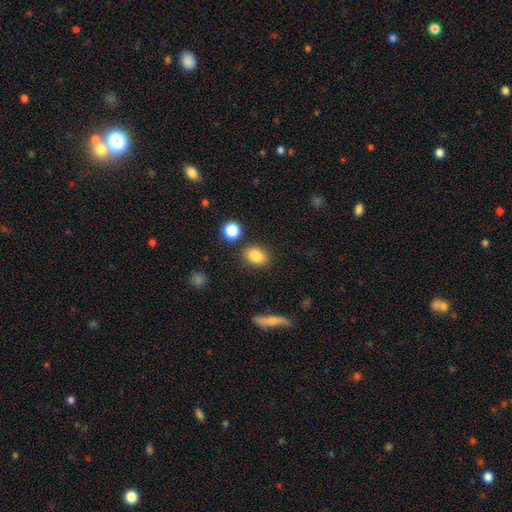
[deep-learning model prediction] Smooth or featured? smooth (84%)
How rounded? in between (69%)
Merging? none (83%)